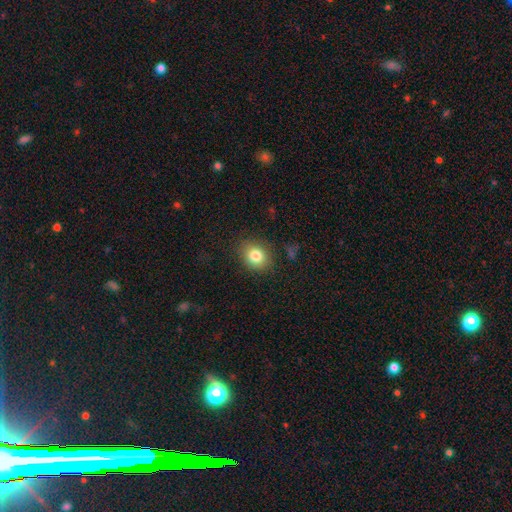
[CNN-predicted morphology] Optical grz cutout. It shows a smooth galaxy with no disk features (82%) that is round (61%). Merging: none (85%).